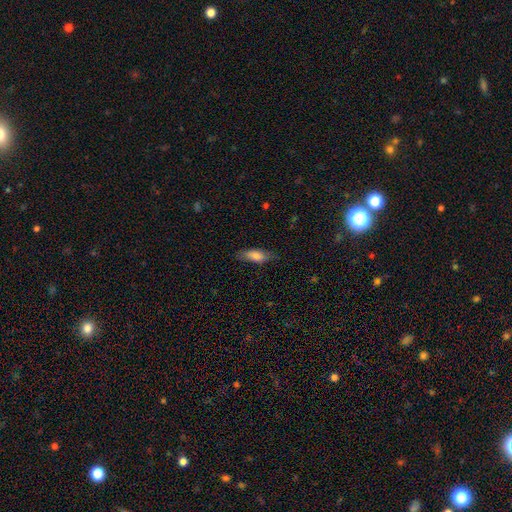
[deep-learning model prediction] smooth_or_featured: smooth (p=0.77) [alt: featured or disk p=0.16]
how_rounded: in between (p=0.71) [alt: cigar-shaped p=0.27]
merging: none (p=0.75) [alt: minor disturbance p=0.19]